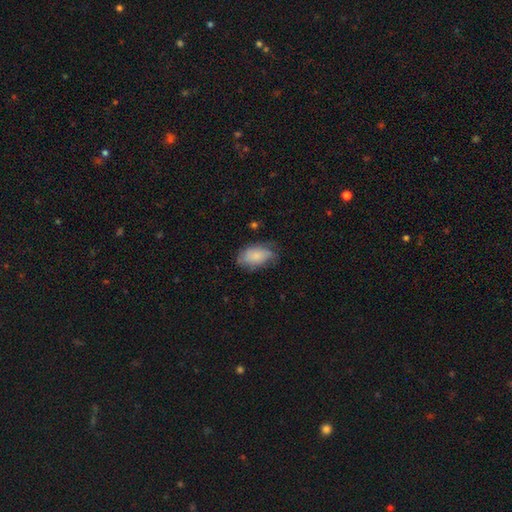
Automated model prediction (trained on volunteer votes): smooth 76%, featured or disk 17%, star or artifact 7%. Down the decision tree: how rounded — in between (93%); merging — none (57%).